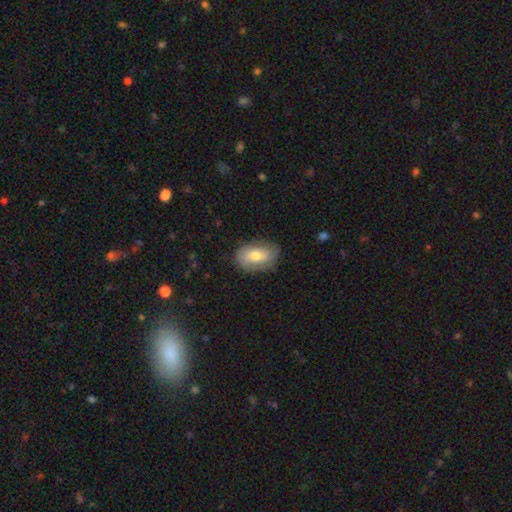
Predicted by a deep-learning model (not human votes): Smooth or featured? smooth (58%)
How rounded? in between (86%)
Merging? none (75%)